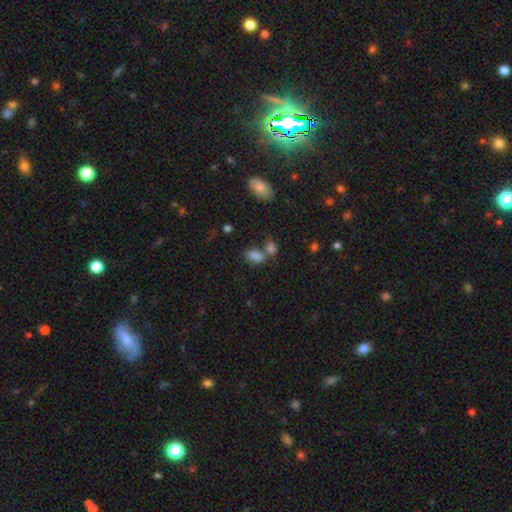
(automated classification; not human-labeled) This is clearly a smooth galaxy (81%). How rounded: clearly in between (88%). Merging: marginally merger (42%).